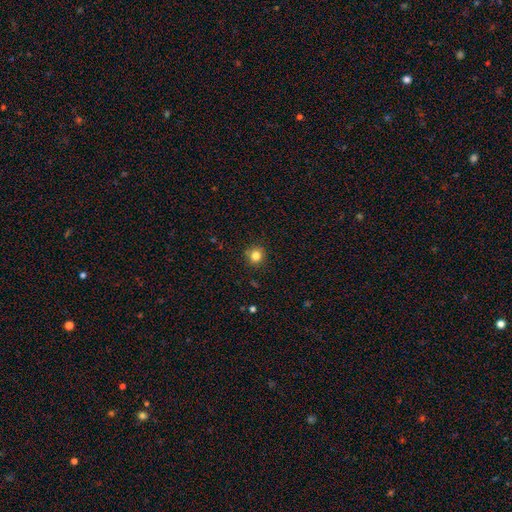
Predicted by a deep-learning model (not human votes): The model was most divided on "smooth or featured": smooth: 82%, star or artifact: 13%, featured or disk: 6%. More confident: how rounded — round (90%); merging — none (87%).